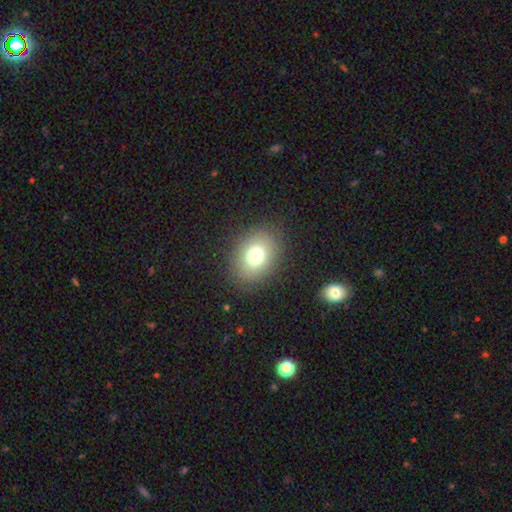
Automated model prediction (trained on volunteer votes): Smooth or featured? Predicted: smooth (p=0.73). How rounded? Predicted: in between (p=0.57). Merging? Predicted: none (p=0.85).